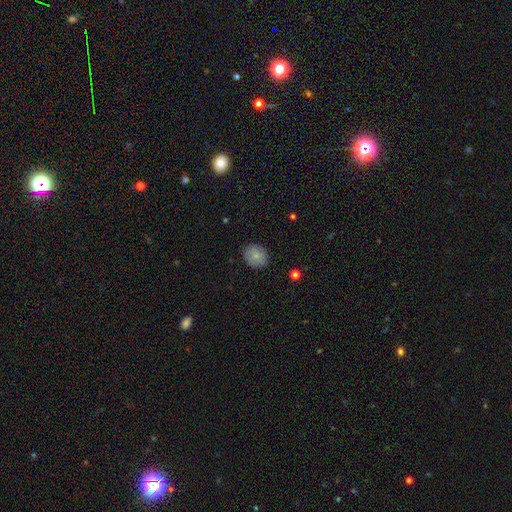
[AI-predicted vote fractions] Q: Smooth or featured?
A: smooth (85%); runner-up: star or artifact (8%)
Q: How rounded?
A: round (59%); runner-up: in between (40%)
Q: Merging?
A: none (88%); runner-up: minor disturbance (9%)